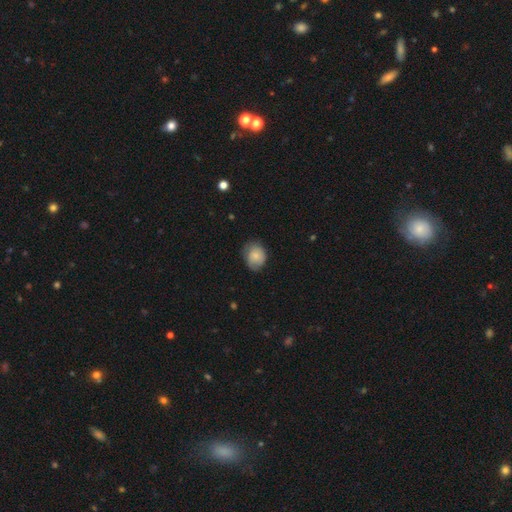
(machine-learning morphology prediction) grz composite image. It shows a smooth galaxy with no disk features (75%) that is round (51%). Merging: none (63%).